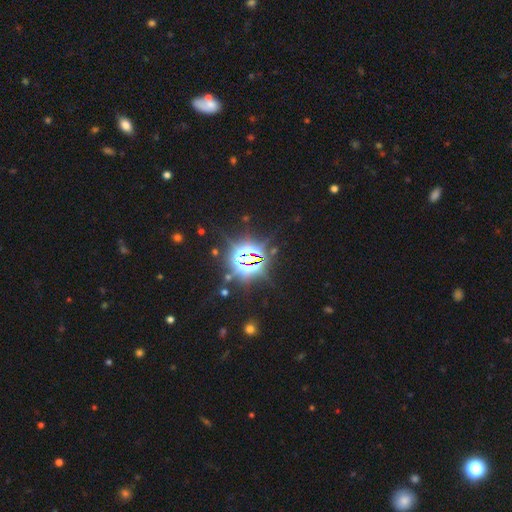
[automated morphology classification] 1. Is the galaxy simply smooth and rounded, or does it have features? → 83% star or artifact, 9% smooth, 8% featured or disk.